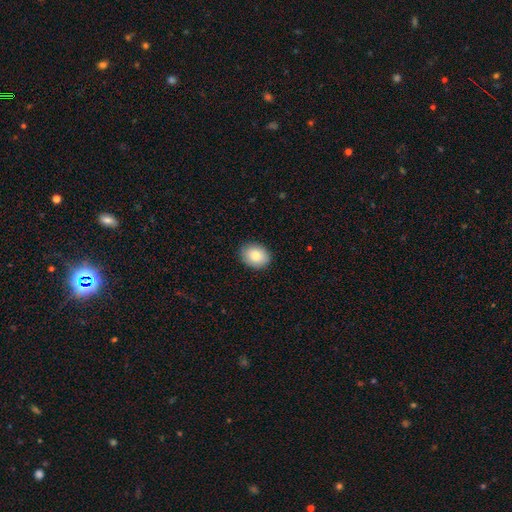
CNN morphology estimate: Smooth or featured: smooth — 83% (featured or disk — 9%)
How rounded: in between — 59% (round — 40%)
Merging: none — 89% (minor disturbance — 8%)